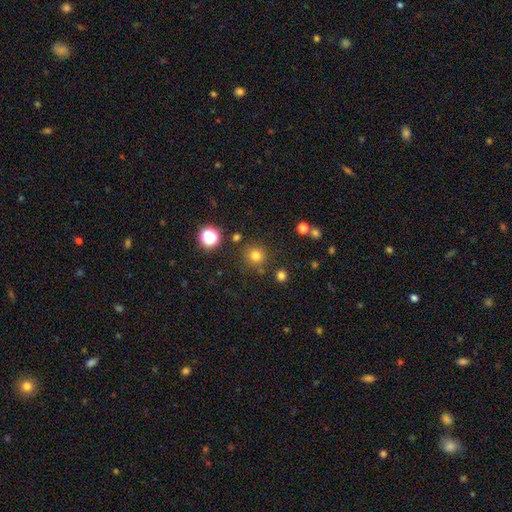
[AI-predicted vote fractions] A smooth galaxy with no disk features (77%) that is round (93%). Merging: none (83%).